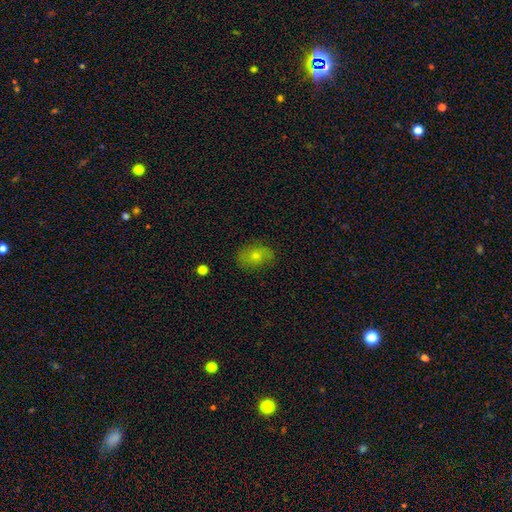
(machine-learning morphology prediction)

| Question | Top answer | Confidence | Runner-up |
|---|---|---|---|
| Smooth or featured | smooth | 58% | featured or disk (26%) |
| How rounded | in between | 74% | round (24%) |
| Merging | none | 79% | minor disturbance (16%) |